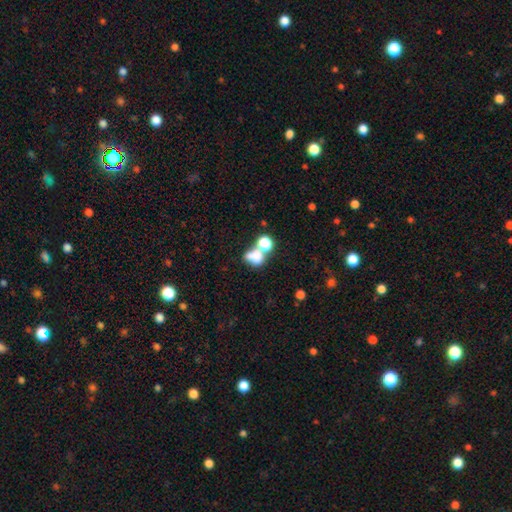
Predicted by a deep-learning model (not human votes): Smooth or featured? smooth (70%)
How rounded? in between (57%)
Merging? merger (53%)